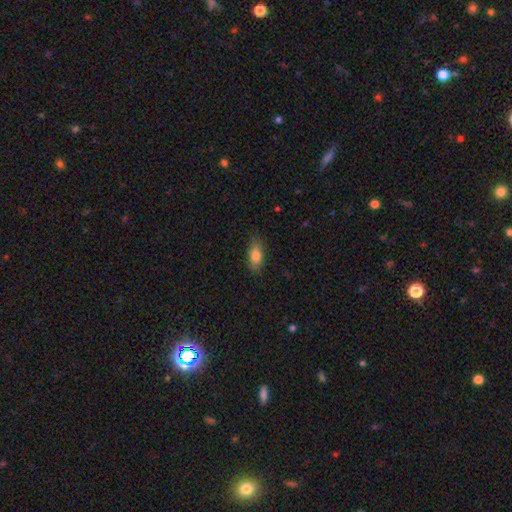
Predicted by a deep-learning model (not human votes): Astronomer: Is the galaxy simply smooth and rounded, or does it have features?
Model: smooth — 82%.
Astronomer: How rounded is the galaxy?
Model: in between — 85%.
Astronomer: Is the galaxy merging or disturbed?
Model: none — 83%.